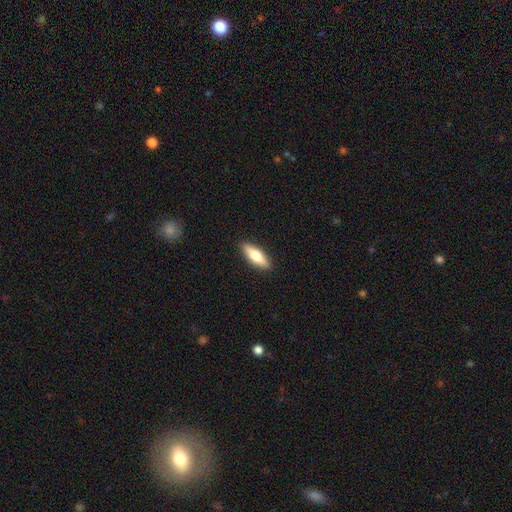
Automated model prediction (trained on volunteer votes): The model was most divided on "how rounded": in between: 50%, cigar-shaped: 48%, round: 2%. More confident: merging — none (90%); smooth or featured — smooth (63%).